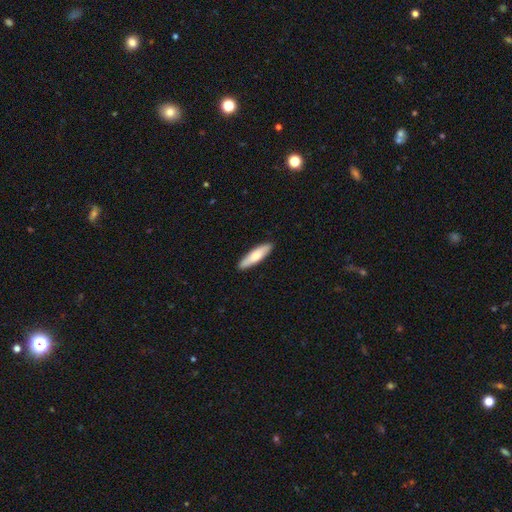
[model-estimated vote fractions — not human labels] This appears to be a smooth galaxy with no disk features (74%) that is cigar-shaped (72%). Merging: none (90%).